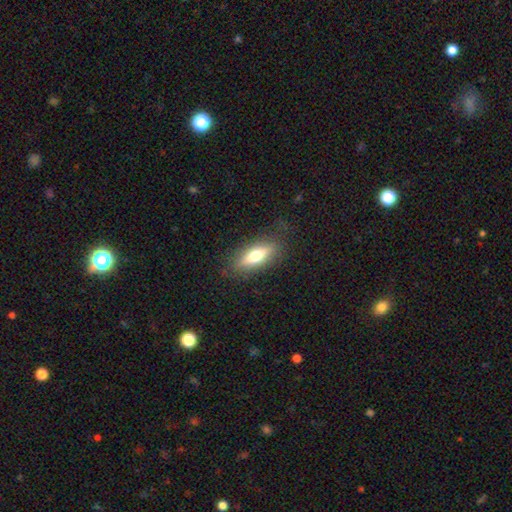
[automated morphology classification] Smooth or featured? Predicted: smooth (p=0.59). How rounded? Predicted: in between (p=0.57). Merging? Predicted: none (p=0.83).